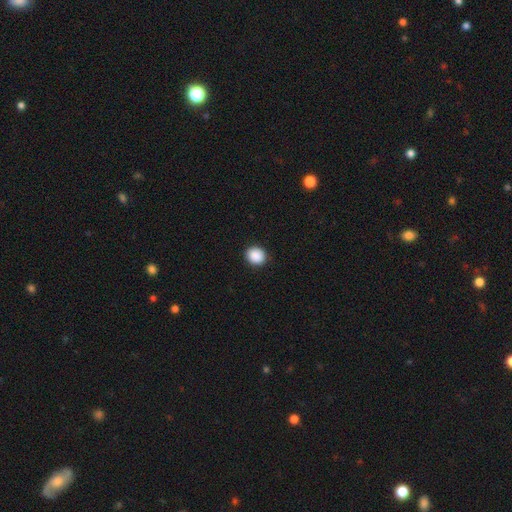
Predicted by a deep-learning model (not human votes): This appears to be a smooth galaxy with no disk features (90%) that is round (81%). Merging: none (92%).